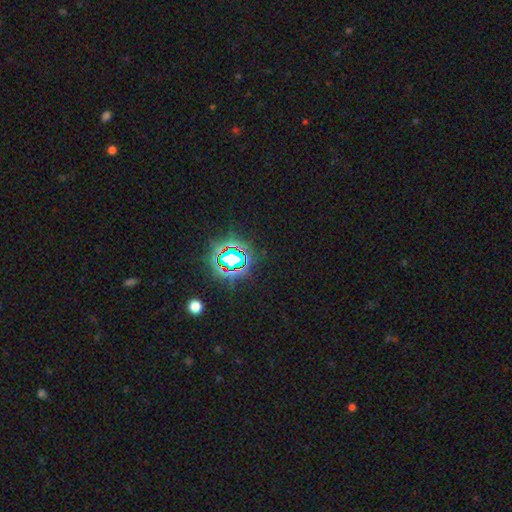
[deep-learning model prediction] This appears to be a star or artifact, not a galaxy (79%).